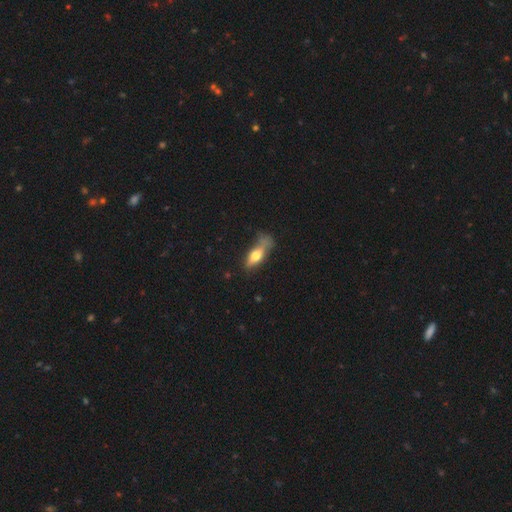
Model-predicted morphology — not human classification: A smooth galaxy with no disk features (57%) that is in between round and cigar-shaped (58%). Merging: none (41%).